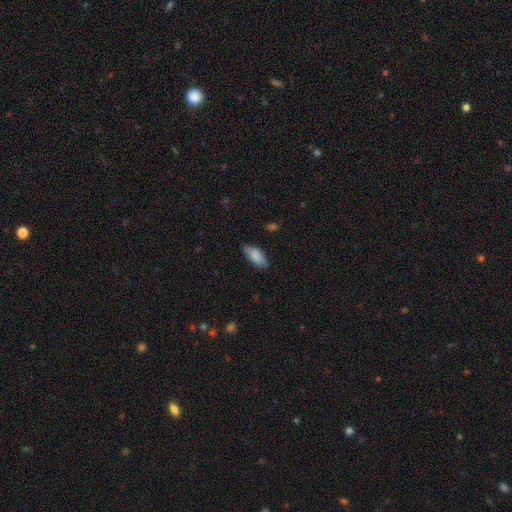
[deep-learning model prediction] The model was most divided on "merging": none: 79%, minor disturbance: 17%, major disturbance: 3%, merger: 1%. More confident: how rounded — in between (87%); smooth or featured — smooth (87%).